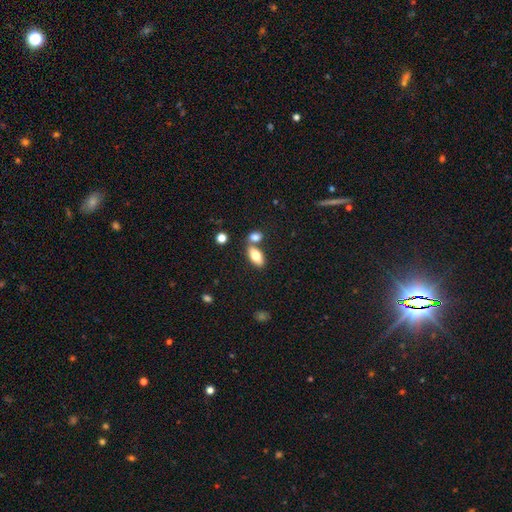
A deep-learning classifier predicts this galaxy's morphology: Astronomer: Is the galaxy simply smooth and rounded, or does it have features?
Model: smooth — 75%.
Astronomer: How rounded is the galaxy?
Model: in between — 87%.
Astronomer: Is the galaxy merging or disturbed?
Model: none — 62%.